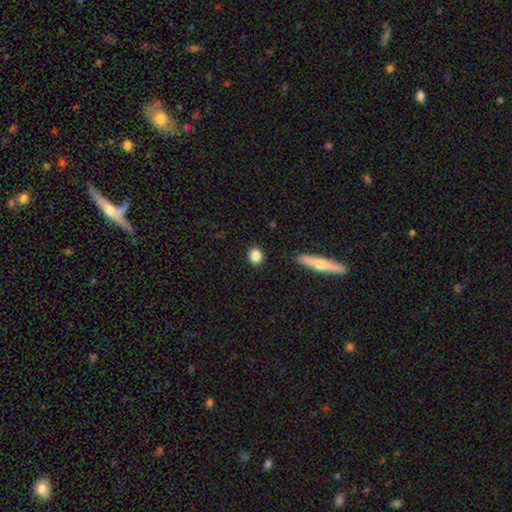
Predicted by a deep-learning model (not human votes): A smooth galaxy with no disk features (85%) that is round (62%).

Vote fractions:
- Smooth or featured? smooth: 85% / star or artifact: 9% / featured or disk: 6%
- How rounded? round: 62% / in between: 35% / cigar-shaped: 2%
- Merging? none: 89% / minor disturbance: 7% / major disturbance: 2% / merger: 2%